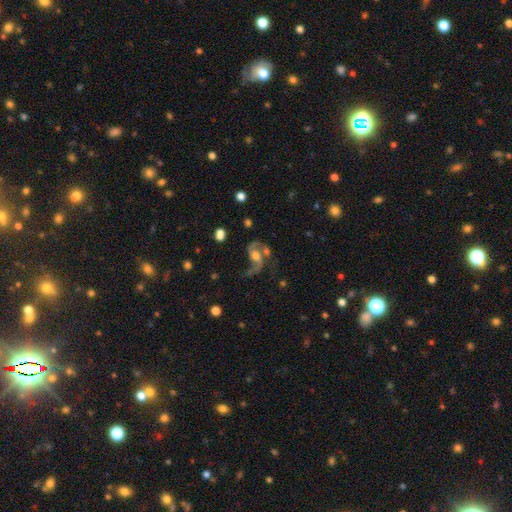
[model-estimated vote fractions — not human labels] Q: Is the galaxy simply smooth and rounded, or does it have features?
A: featured or disk — 79%.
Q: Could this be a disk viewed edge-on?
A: no — 97%.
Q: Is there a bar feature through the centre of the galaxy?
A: no — 53%.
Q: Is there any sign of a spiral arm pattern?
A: yes — 92%.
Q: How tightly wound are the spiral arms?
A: loose — 61%.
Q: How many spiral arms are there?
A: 2 — 84%.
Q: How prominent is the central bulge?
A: moderate — 54%.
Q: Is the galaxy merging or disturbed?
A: none — 38%.